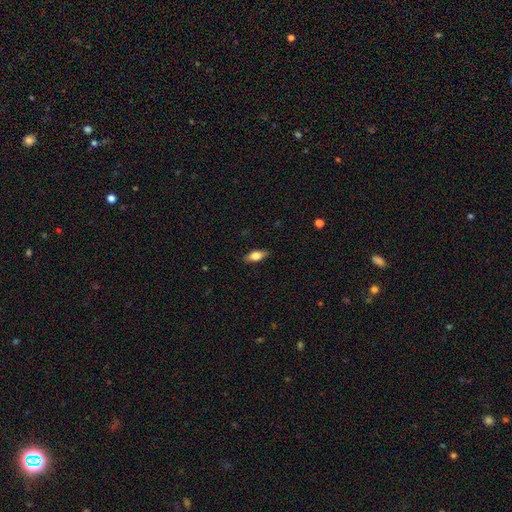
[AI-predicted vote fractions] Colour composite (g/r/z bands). It shows a smooth galaxy with no disk features (70%) that is in between round and cigar-shaped (80%). Merging: none (86%).